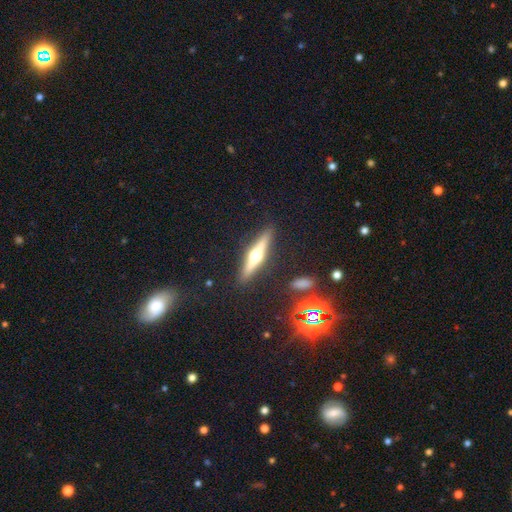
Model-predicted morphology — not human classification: The model was most divided on "smooth or featured": featured or disk: 68%, smooth: 25%, star or artifact: 7%. More confident: edge-on disk — yes (96%); edge-on bulge — rounded (95%); merging — none (89%).